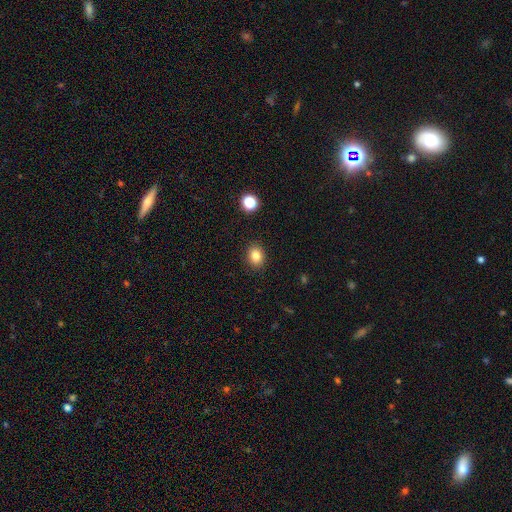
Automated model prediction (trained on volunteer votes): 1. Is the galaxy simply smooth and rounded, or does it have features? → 84% smooth, 11% star or artifact, 5% featured or disk.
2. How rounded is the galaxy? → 52% round, 47% in between, 1% cigar-shaped.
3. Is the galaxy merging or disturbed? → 89% none, 7% minor disturbance, 2% major disturbance, 1% merger.